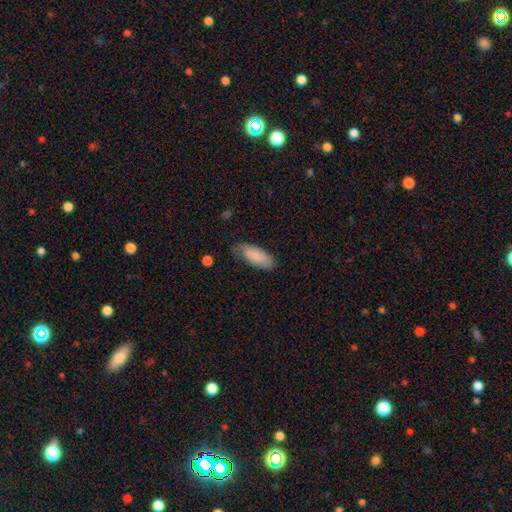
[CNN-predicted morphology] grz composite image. It shows a smooth galaxy with no disk features (78%) that is in between round and cigar-shaped (82%). Merging: none (68%).